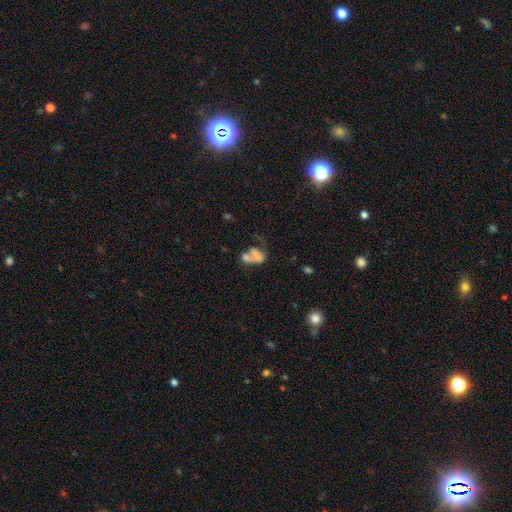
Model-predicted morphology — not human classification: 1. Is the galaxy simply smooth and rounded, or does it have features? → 57% smooth, 29% featured or disk, 15% star or artifact.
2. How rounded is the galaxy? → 77% in between, 17% round, 5% cigar-shaped.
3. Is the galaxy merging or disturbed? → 54% merger, 20% none, 16% major disturbance, 10% minor disturbance.